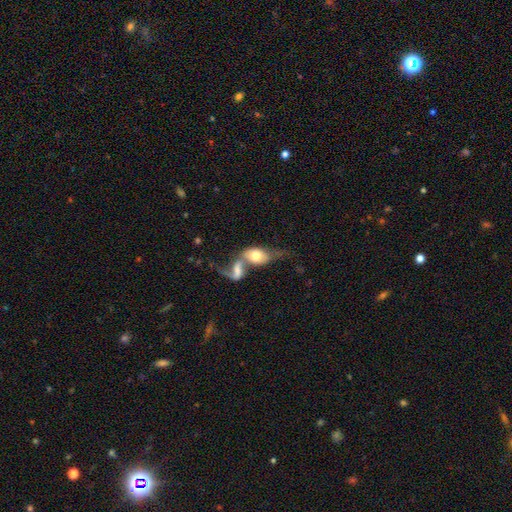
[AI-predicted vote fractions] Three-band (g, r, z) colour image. It shows a smooth galaxy with no disk features (54%) that is in between round and cigar-shaped (79%). Merging: merger (74%).